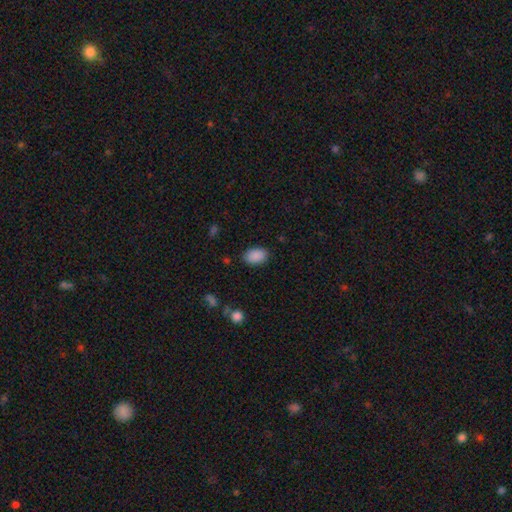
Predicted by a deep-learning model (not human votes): This is clearly a smooth galaxy (90%). How rounded: clearly in between (89%). Merging: clearly none (86%).